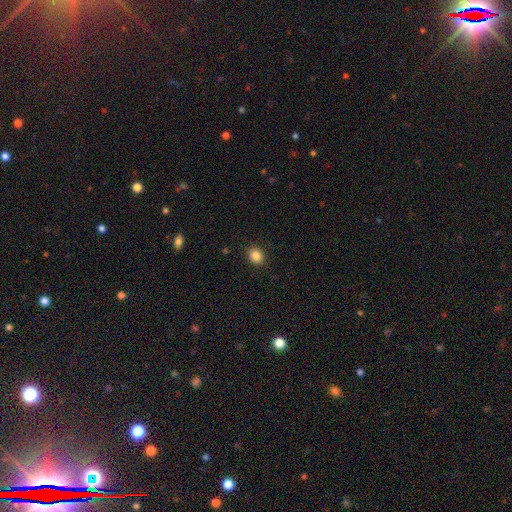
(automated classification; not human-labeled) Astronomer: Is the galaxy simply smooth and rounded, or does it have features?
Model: smooth — 86%.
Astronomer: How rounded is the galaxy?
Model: round — 63%.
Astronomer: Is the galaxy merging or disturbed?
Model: none — 90%.